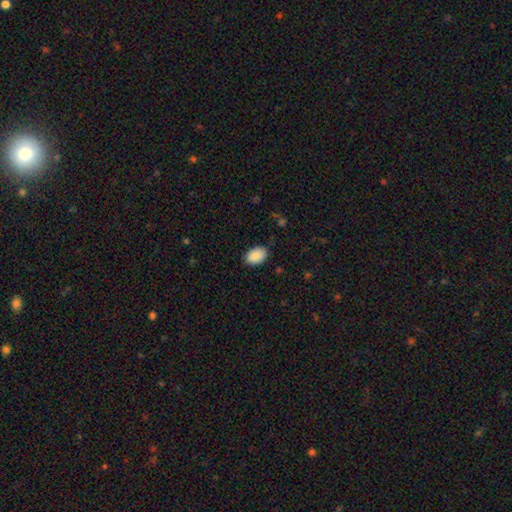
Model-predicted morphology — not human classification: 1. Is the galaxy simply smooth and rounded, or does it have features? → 90% smooth, 7% star or artifact, 3% featured or disk.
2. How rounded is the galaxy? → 87% in between, 12% round, 1% cigar-shaped.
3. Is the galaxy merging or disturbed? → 85% none, 11% minor disturbance, 2% major disturbance, 1% merger.